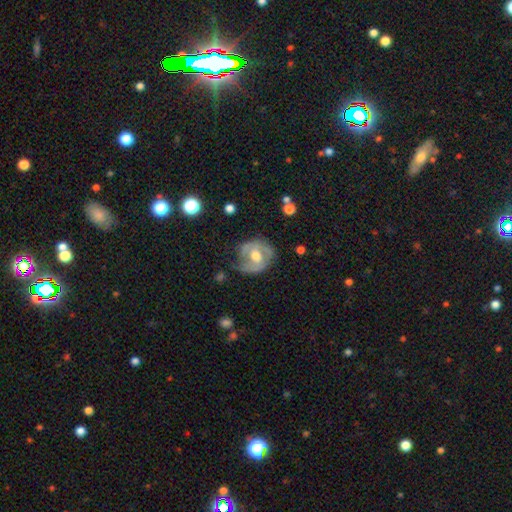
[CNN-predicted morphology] Smooth or featured?
  - featured or disk: 64% *
  - smooth: 30%
  - star or artifact: 6%
Edge-on disk?
  - no: 96% *
  - yes: 4%
Bar?
  - no: 56% *
  - weak: 33%
  - strong: 11%
Spiral arms?
  - yes: 58% *
  - no: 42%
Bulge size?
  - moderate: 71% *
  - large: 16%
  - small: 10%
  - none: 1%
  - dominant: 1%
Merging?
  - none: 60% *
  - minor disturbance: 26%
  - major disturbance: 12%
  - merger: 2%